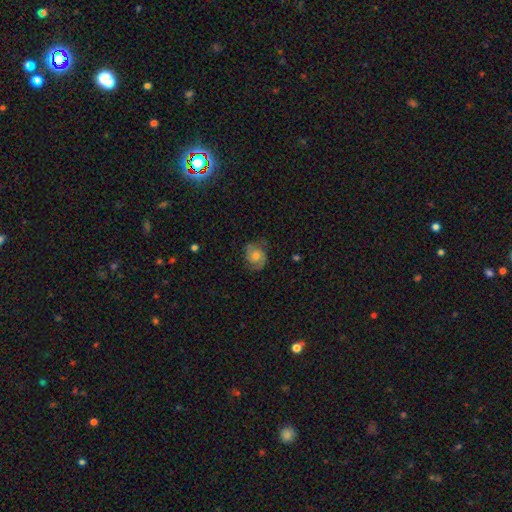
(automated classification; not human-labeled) Smooth or featured: featured or disk — 72% (smooth — 19%)
Edge-on disk: no — 97% (yes — 3%)
Bar: no — 71% (weak — 24%)
Spiral arms: yes — 94% (no — 6%)
Spiral winding: medium — 45% (tight — 39%)
Spiral arm count: 2 — 85% (can't tell — 7%)
Bulge size: moderate — 51% (small — 40%)
Merging: none — 75% (minor disturbance — 17%)